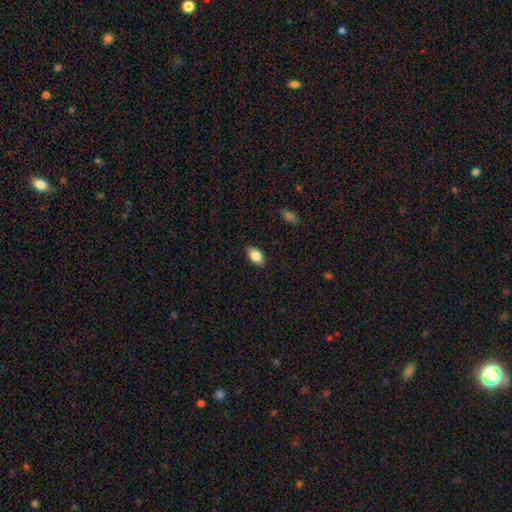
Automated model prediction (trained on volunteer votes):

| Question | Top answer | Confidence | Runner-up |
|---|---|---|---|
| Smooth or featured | smooth | 83% | featured or disk (10%) |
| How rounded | in between | 92% | round (5%) |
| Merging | none | 88% | minor disturbance (9%) |